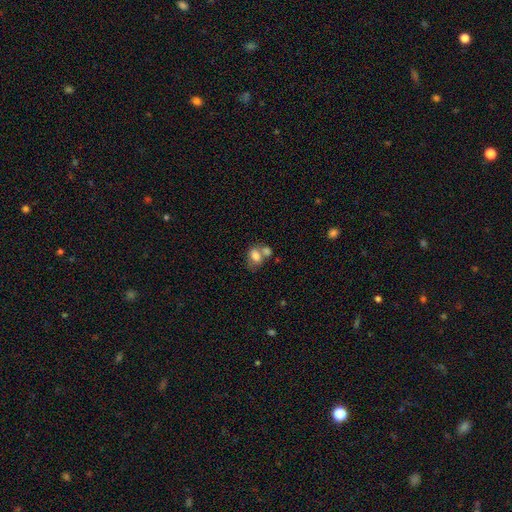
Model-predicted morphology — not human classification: Smooth or featured? smooth (76%)
How rounded? in between (74%)
Merging? merger (52%)